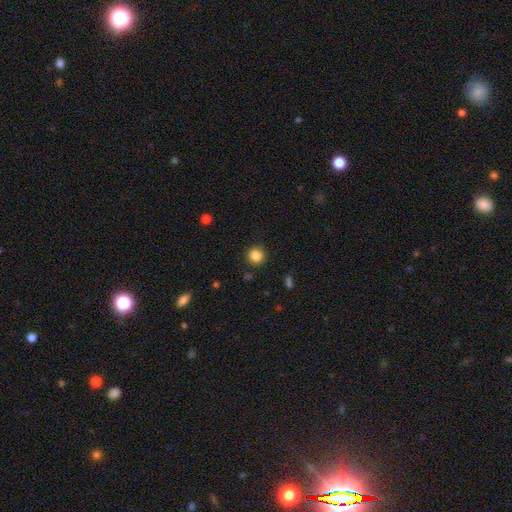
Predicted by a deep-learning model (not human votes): The model was most divided on "smooth or featured": smooth: 84%, star or artifact: 11%, featured or disk: 5%. More confident: how rounded — round (94%); merging — none (91%).